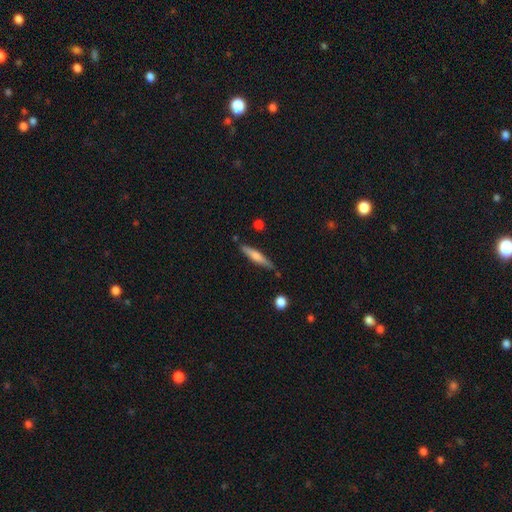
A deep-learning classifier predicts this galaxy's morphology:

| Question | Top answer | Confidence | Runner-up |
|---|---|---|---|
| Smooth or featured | smooth | 56% | featured or disk (38%) |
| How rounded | cigar-shaped | 88% | in between (11%) |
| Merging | none | 80% | minor disturbance (14%) |